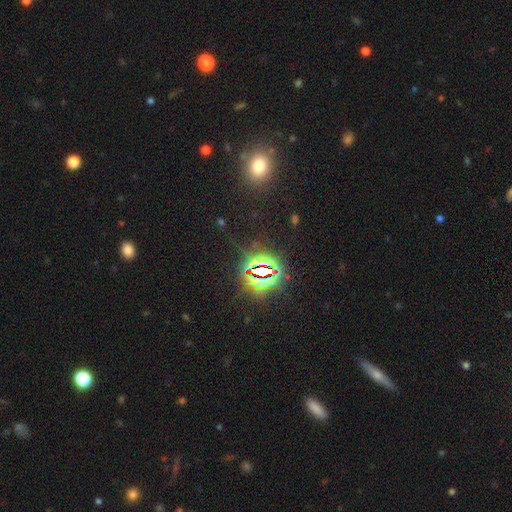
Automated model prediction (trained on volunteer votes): star or artifact 73%, smooth 19%, featured or disk 8%.